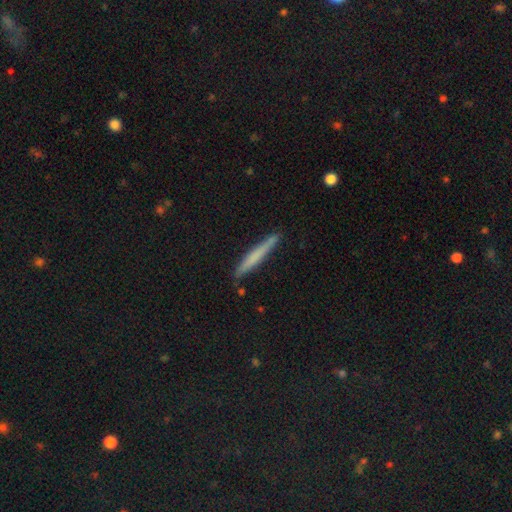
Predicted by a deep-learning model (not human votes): Smooth or featured? Predicted: smooth (p=0.62). How rounded? Predicted: cigar-shaped (p=0.96). Merging? Predicted: none (p=0.85).